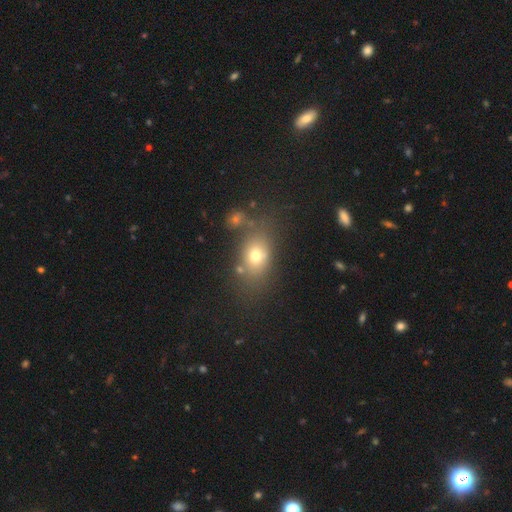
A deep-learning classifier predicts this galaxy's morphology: A smooth galaxy with no disk features (69%) that is in between round and cigar-shaped (66%). Merging: none (67%).